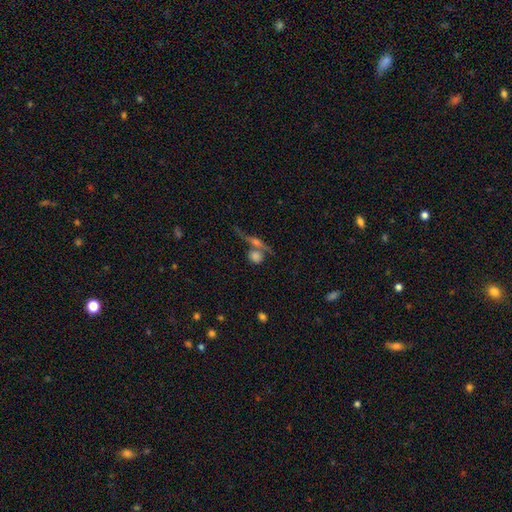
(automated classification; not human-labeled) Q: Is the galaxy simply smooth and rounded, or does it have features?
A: smooth — 61%.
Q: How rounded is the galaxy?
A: round — 69%.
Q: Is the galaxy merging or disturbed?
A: merger — 41%.